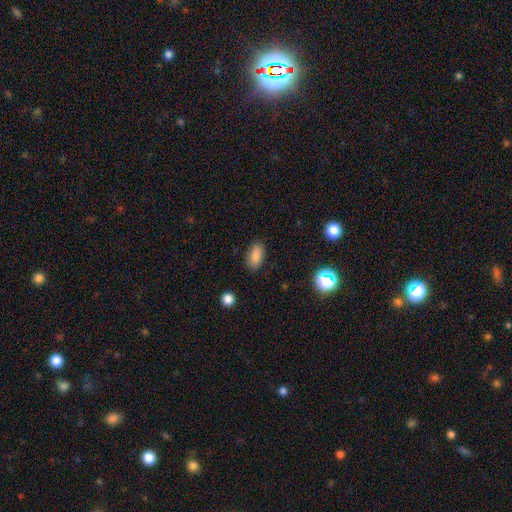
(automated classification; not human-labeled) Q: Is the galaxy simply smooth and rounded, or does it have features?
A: smooth — 85%.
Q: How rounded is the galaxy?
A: in between — 88%.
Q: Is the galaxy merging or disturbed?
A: none — 87%.